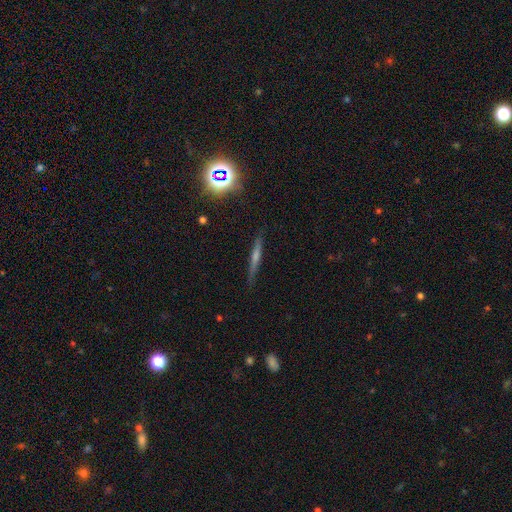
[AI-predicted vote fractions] A featured or disk galaxy (53%) viewed edge-on (96%) with a rounded central bulge (52%). Merging: none (87%).